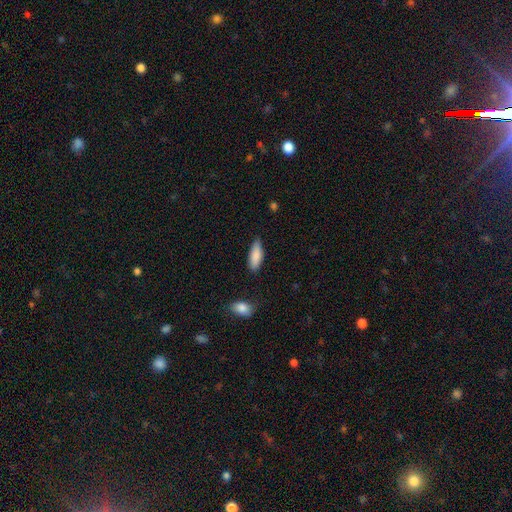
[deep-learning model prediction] smooth 87%, featured or disk 7%, star or artifact 6%. Down the decision tree: how rounded — in between (64%); merging — none (80%).